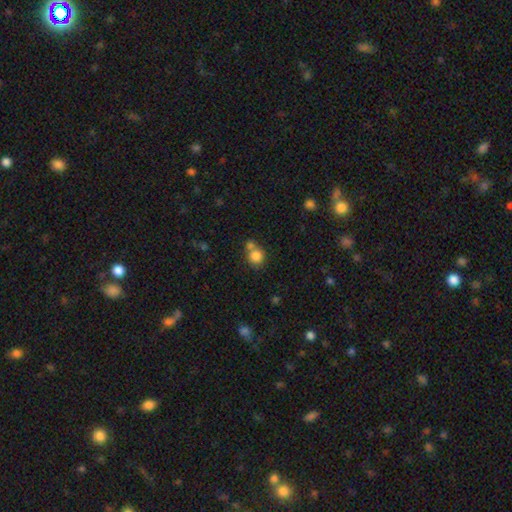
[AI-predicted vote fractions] This is clearly a smooth galaxy (82%). How rounded: clearly round (83%). Merging: possibly none (51%).